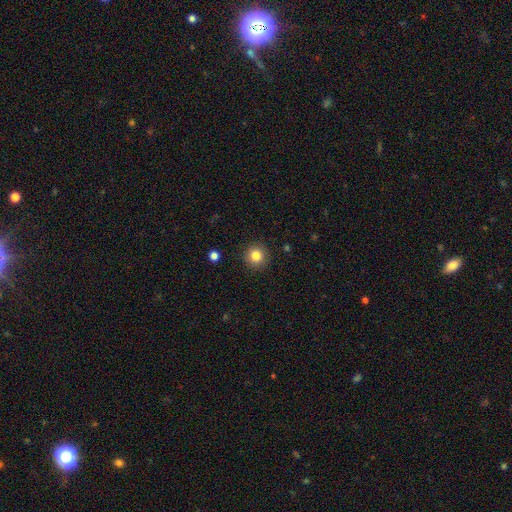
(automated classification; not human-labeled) Smooth or featured? Predicted: smooth (p=0.83). How rounded? Predicted: round (p=0.94). Merging? Predicted: none (p=0.91).